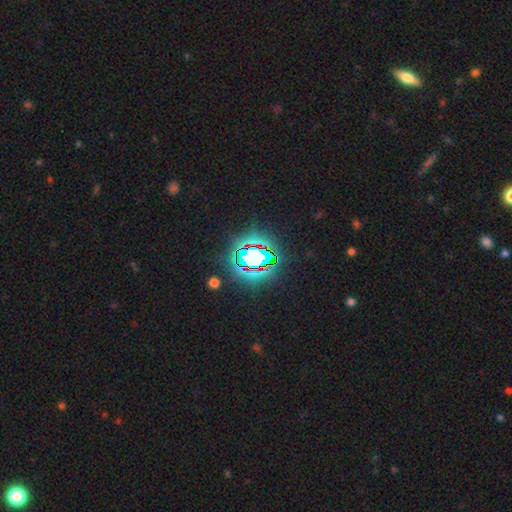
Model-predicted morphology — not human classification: Smooth or featured? star or artifact (74%)